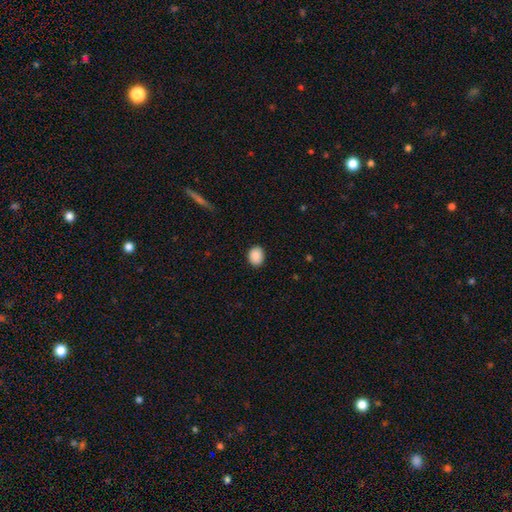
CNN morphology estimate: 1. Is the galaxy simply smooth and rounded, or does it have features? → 90% smooth, 8% star or artifact, 2% featured or disk.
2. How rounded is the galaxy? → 50% round, 49% in between, 1% cigar-shaped.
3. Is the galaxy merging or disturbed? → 88% none, 9% minor disturbance, 2% major disturbance, 1% merger.